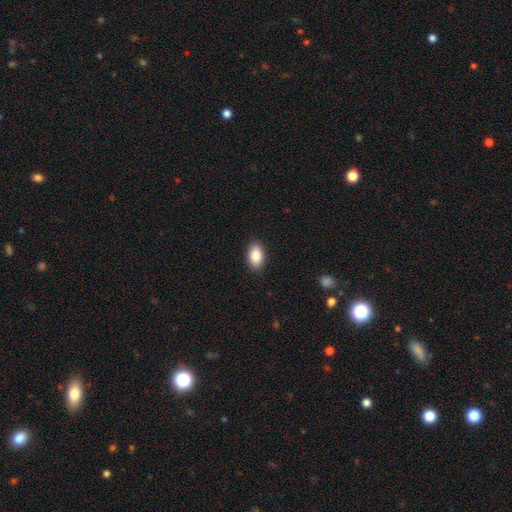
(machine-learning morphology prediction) Smooth or featured? Predicted: smooth (p=0.86). How rounded? Predicted: in between (p=0.92). Merging? Predicted: none (p=0.89).